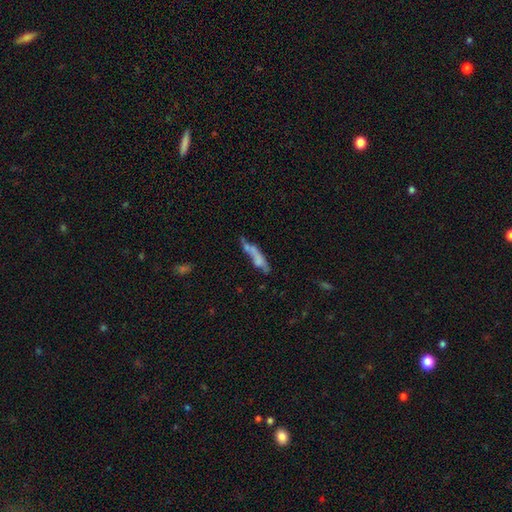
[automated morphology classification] Overall: smooth (51%; featured or disk 37%). How rounded: cigar-shaped (81%). Merging: none (41%; merger 26%).